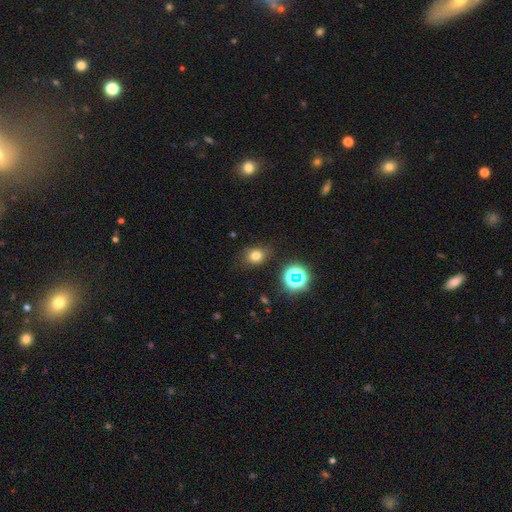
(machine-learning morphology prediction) smooth-or-featured: smooth: 72% | star or artifact: 19% | featured or disk: 8%
  how-rounded: round: 52% | in between: 47% | cigar-shaped: 1%
  merging: none: 81% | minor disturbance: 13% | major disturbance: 4% | merger: 2%